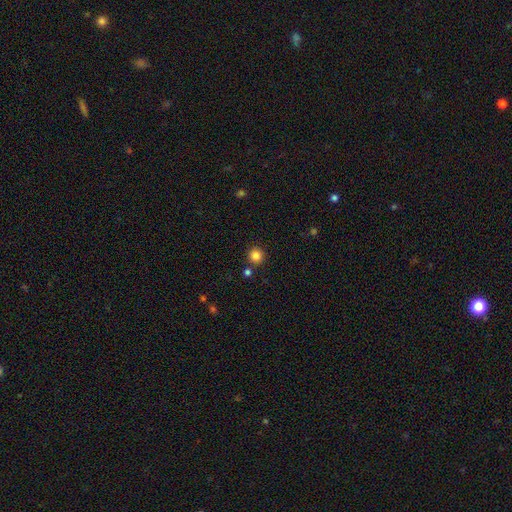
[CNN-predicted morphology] This appears to be a smooth galaxy with no disk features (84%) that is round (95%). Merging: none (88%).